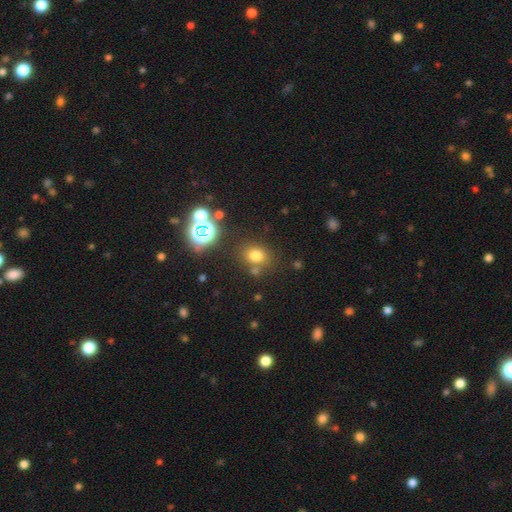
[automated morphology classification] smooth_or_featured: smooth (p=0.72) [alt: star or artifact p=0.21]
how_rounded: round (p=0.65) [alt: in between p=0.34]
merging: none (p=0.75) [alt: minor disturbance p=0.12]